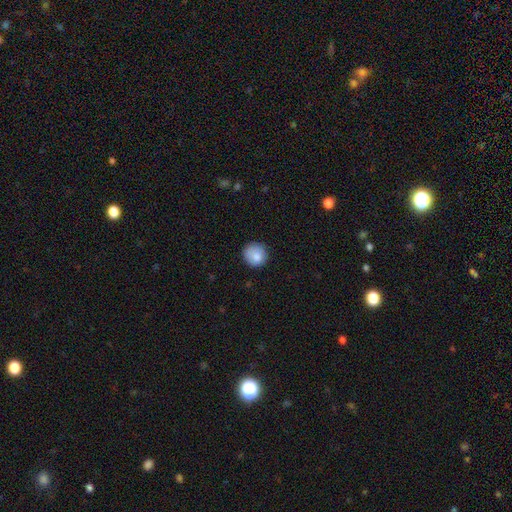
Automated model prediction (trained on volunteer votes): Overall: smooth (83%). How rounded: round (91%). Merging: none (82%).